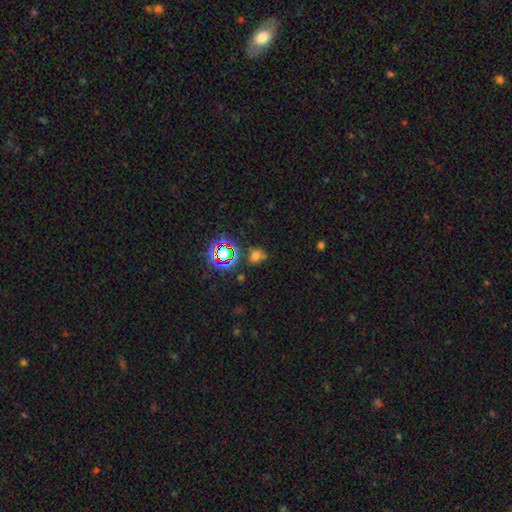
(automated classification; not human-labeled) Smooth or featured? Predicted: smooth (p=0.61). How rounded? Predicted: round (p=0.58). Merging? Predicted: none (p=0.68).